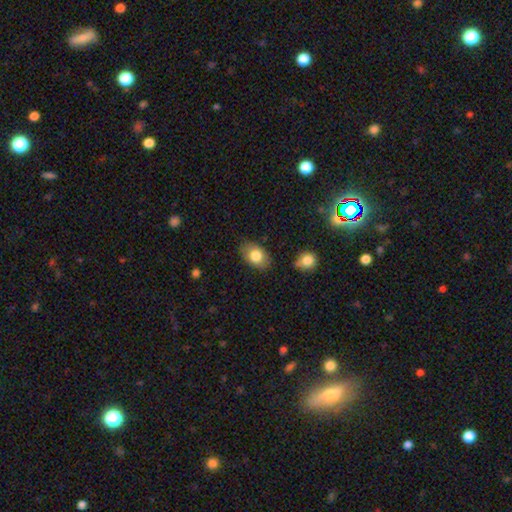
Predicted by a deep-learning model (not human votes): A smooth galaxy with no disk features (79%) that is in between round and cigar-shaped (83%).

Vote fractions:
- Smooth or featured? smooth: 79% / featured or disk: 13% / star or artifact: 8%
- How rounded? in between: 83% / round: 16% / cigar-shaped: 1%
- Merging? none: 80% / minor disturbance: 14% / major disturbance: 3% / merger: 2%